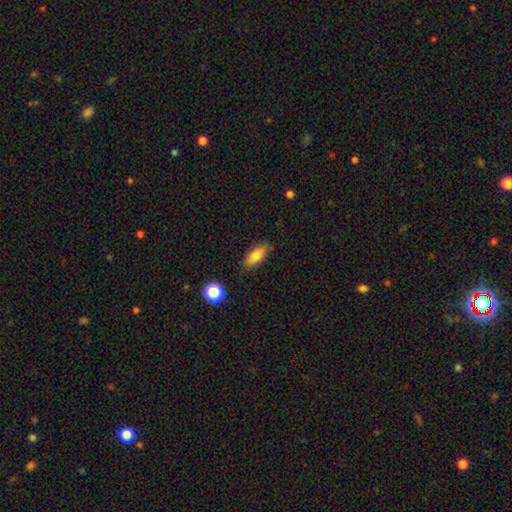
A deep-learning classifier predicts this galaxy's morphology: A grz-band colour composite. It shows a smooth galaxy with no disk features (74%) that is in between round and cigar-shaped (69%). Merging: none (83%).